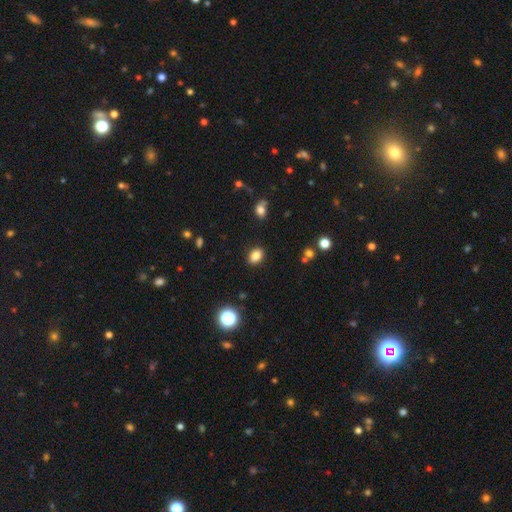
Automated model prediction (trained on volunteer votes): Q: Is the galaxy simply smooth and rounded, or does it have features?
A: smooth — 84%.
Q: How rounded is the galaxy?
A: in between — 78%.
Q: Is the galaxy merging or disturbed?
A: none — 88%.